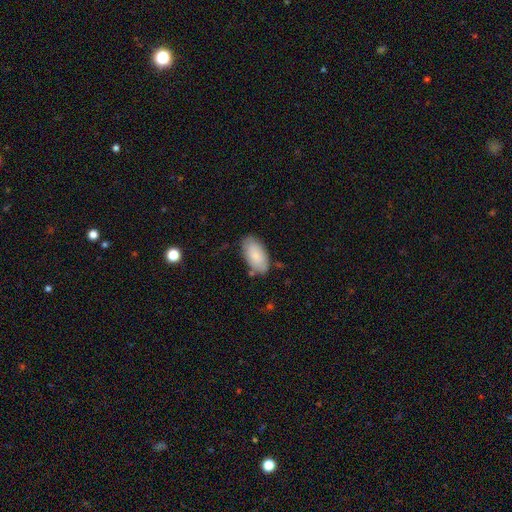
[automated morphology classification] Smooth or featured? Predicted: smooth (p=0.84). How rounded? Predicted: in between (p=0.95). Merging? Predicted: none (p=0.77).